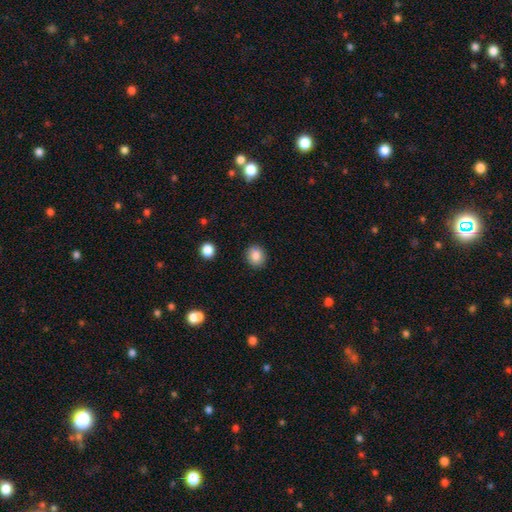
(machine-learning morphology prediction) A smooth galaxy with no disk features (85%) that is round (77%).

Vote fractions:
- Smooth or featured? smooth: 85% / star or artifact: 9% / featured or disk: 6%
- How rounded? round: 77% / in between: 22% / cigar-shaped: 1%
- Merging? none: 90% / minor disturbance: 7% / major disturbance: 2% / merger: 1%